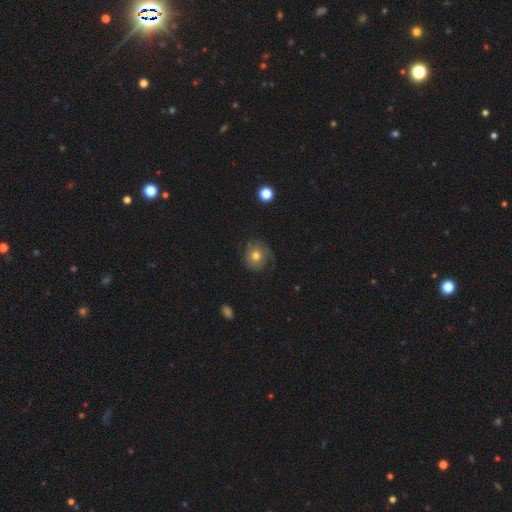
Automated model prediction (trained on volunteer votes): The model was most divided on "smooth or featured": smooth: 55%, featured or disk: 35%, star or artifact: 11%. More confident: how rounded — round (82%); merging — none (69%).